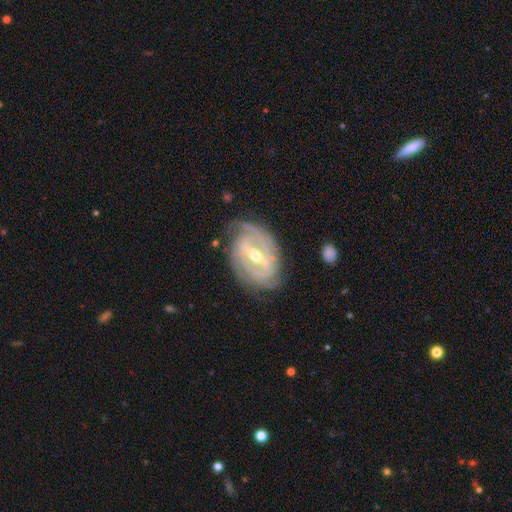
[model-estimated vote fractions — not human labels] Smooth or featured? Predicted: featured or disk (p=0.89). Edge-on disk? Predicted: no (p=0.95). Bar? Predicted: strong (p=0.58). Spiral arms? Predicted: yes (p=0.94). Spiral winding? Predicted: tight (p=0.70). Spiral arm count? Predicted: 2 (p=0.46). Bulge size? Predicted: moderate (p=0.62). Merging? Predicted: none (p=0.76).